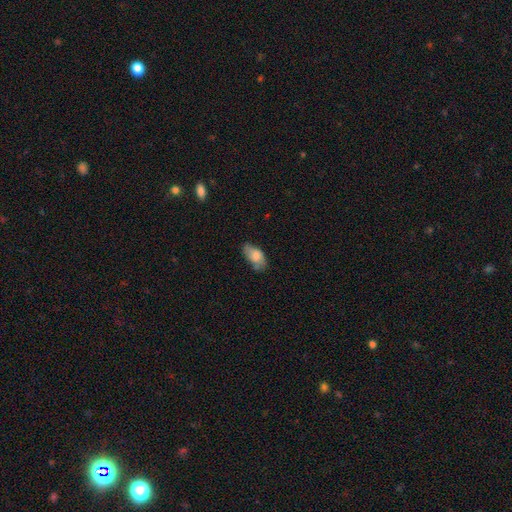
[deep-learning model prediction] This appears to be a smooth galaxy with no disk features (78%) that is in between round and cigar-shaped (92%). Merging: none (62%).